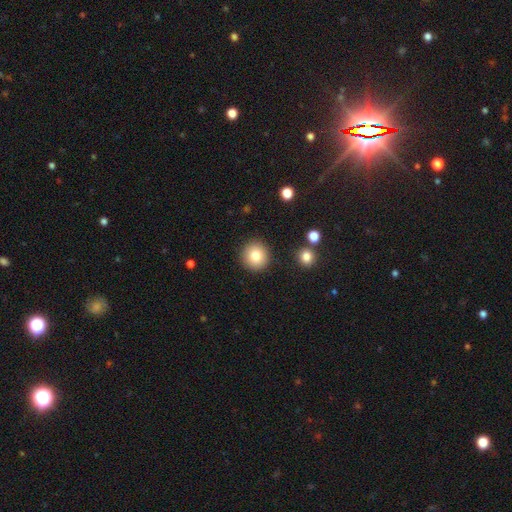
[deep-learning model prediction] This appears to be a smooth galaxy with no disk features (80%) that is round (94%). Merging: none (90%).